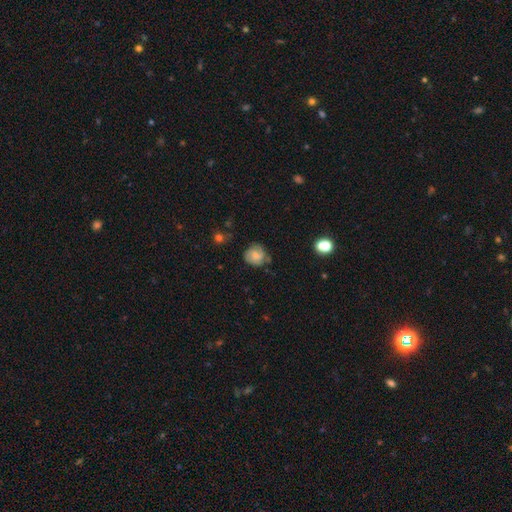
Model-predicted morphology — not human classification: type=smooth (50%); roundness=round (78%); merging=none (64%).